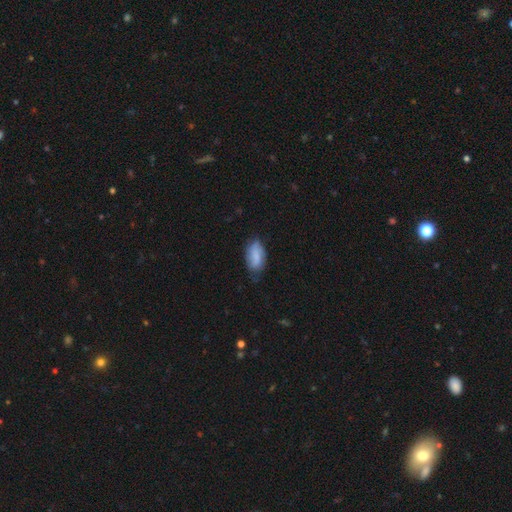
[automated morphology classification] Smooth or featured? smooth (64%)
How rounded? in between (92%)
Merging? none (62%)